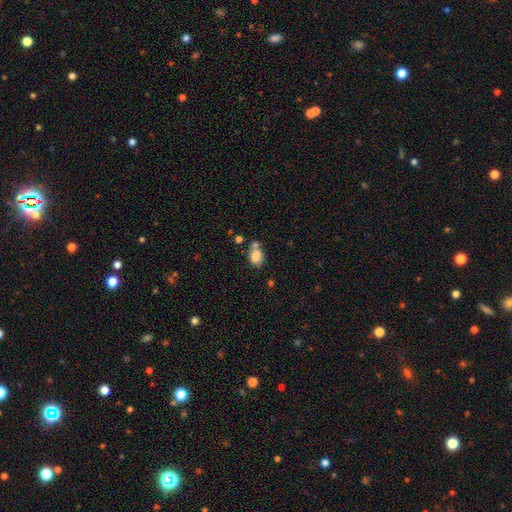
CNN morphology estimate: Smooth or featured? Predicted: smooth (p=0.74). How rounded? Predicted: in between (p=0.76). Merging? Predicted: none (p=0.38).